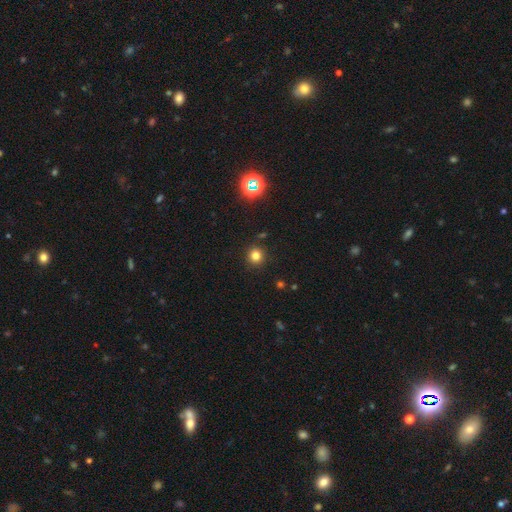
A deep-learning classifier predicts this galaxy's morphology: Overall: smooth (78%). How rounded: round (93%). Merging: none (90%).